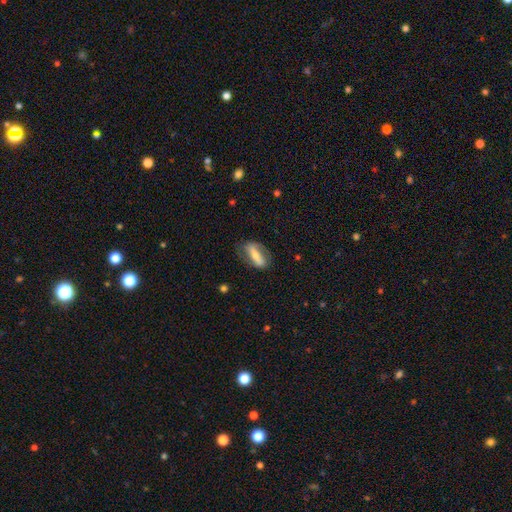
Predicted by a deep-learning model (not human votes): This is possibly a smooth galaxy (53%). How rounded: likely in between (64%). Merging: likely none (66%).